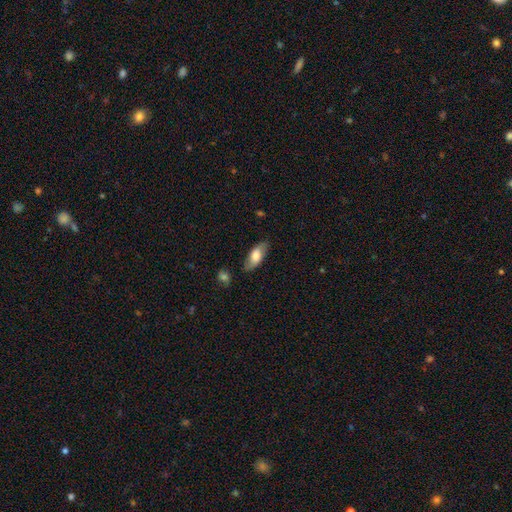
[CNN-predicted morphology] A smooth galaxy with no disk features (67%) that is in between round and cigar-shaped (81%). Merging: none (80%).